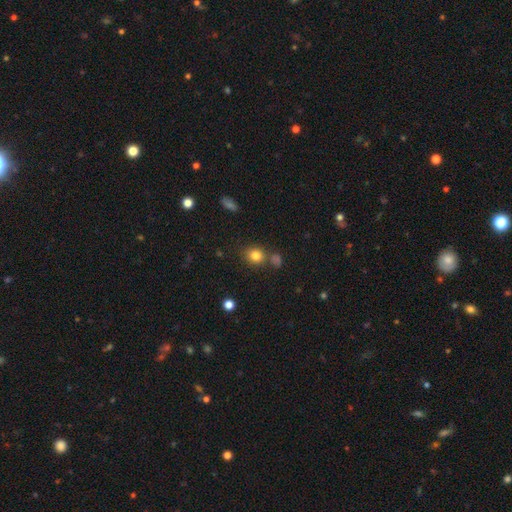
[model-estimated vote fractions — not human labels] A smooth galaxy with no disk features (82%) that is round (72%).

Vote fractions:
- Smooth or featured? smooth: 82% / star or artifact: 12% / featured or disk: 6%
- How rounded? round: 72% / in between: 27% / cigar-shaped: 1%
- Merging? none: 73% / minor disturbance: 12% / merger: 11% / major disturbance: 4%